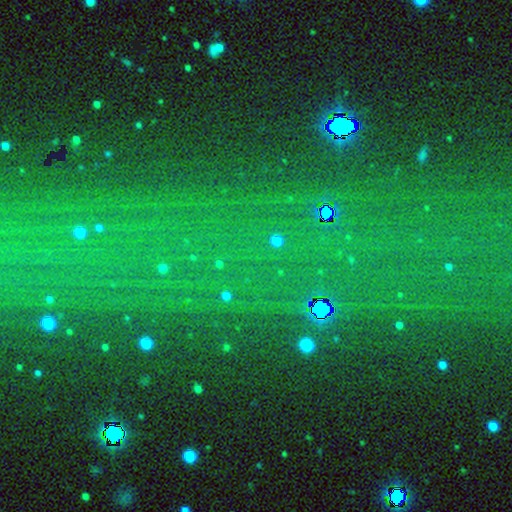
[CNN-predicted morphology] Smooth or featured? star or artifact (80%)